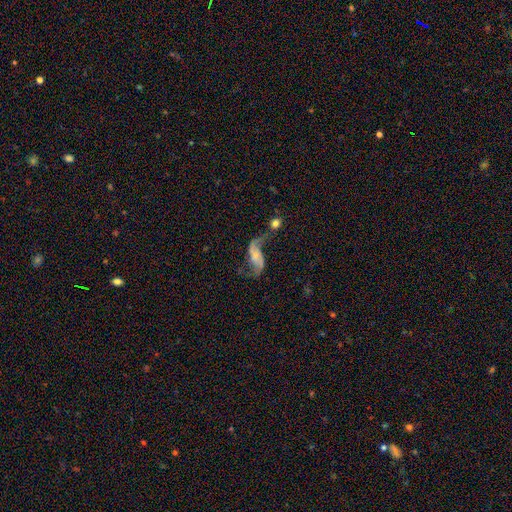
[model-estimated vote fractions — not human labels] Morphology: type=featured or disk (81%); edge-on=no (96%); bar=no (53%); spiral arms=yes (91%); winding=loose (83%); arm count=2 (90%); bulge=small (52%); merging=none (38%).